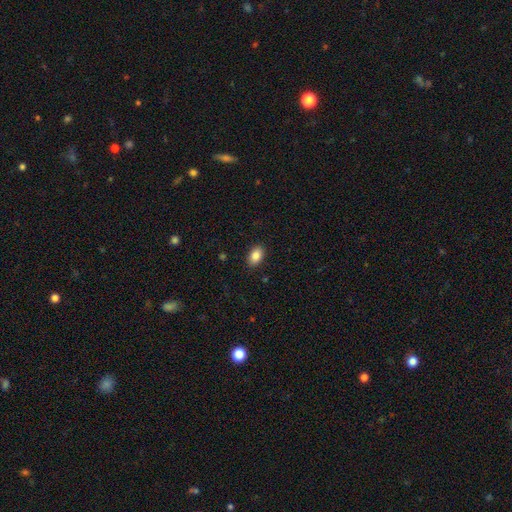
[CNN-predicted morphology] This is clearly a smooth galaxy (87%). How rounded: clearly in between (88%). Merging: clearly none (89%).